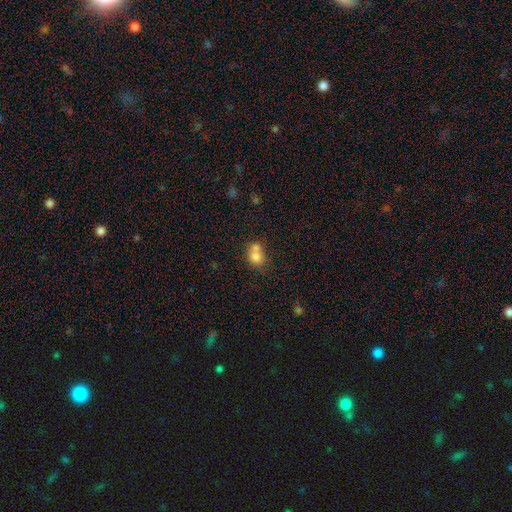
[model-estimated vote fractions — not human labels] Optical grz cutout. It shows a smooth galaxy with no disk features (75%) that is round (65%). Merging: merger (56%).